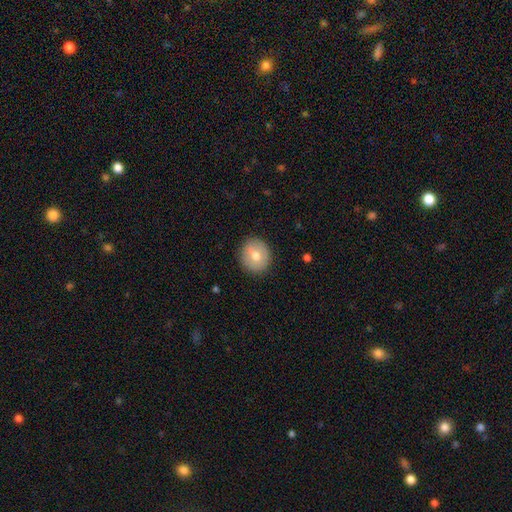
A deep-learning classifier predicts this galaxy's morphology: A smooth galaxy with no disk features (69%) that is round (85%).

Vote fractions:
- Smooth or featured? smooth: 69% / featured or disk: 23% / star or artifact: 8%
- How rounded? round: 85% / in between: 14% / cigar-shaped: 1%
- Merging? none: 89% / minor disturbance: 8% / major disturbance: 2% / merger: 1%